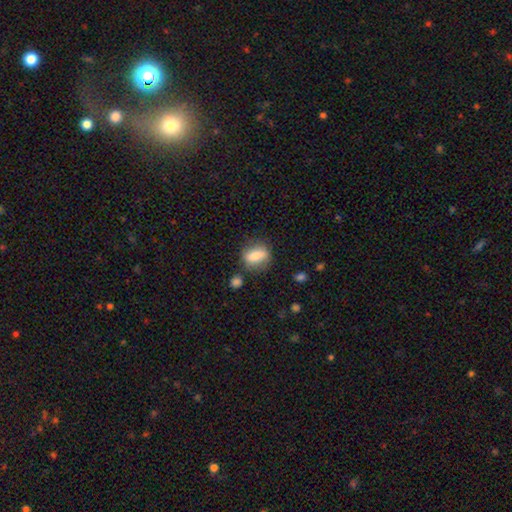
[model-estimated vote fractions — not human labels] A smooth galaxy with no disk features (76%) that is in between round and cigar-shaped (63%).

Vote fractions:
- Smooth or featured? smooth: 76% / featured or disk: 16% / star or artifact: 8%
- How rounded? in between: 63% / round: 27% / cigar-shaped: 10%
- Merging? none: 73% / minor disturbance: 16% / major disturbance: 6% / merger: 5%